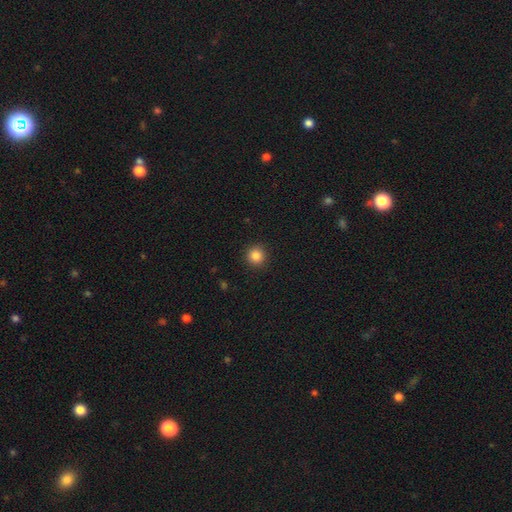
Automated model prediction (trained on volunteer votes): Smooth or featured? smooth (86%)
How rounded? round (93%)
Merging? none (92%)